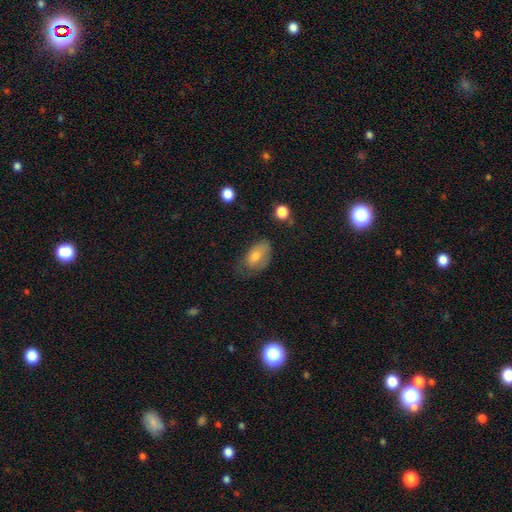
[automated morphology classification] Smooth or featured? smooth (64%)
How rounded? in between (89%)
Merging? none (52%)